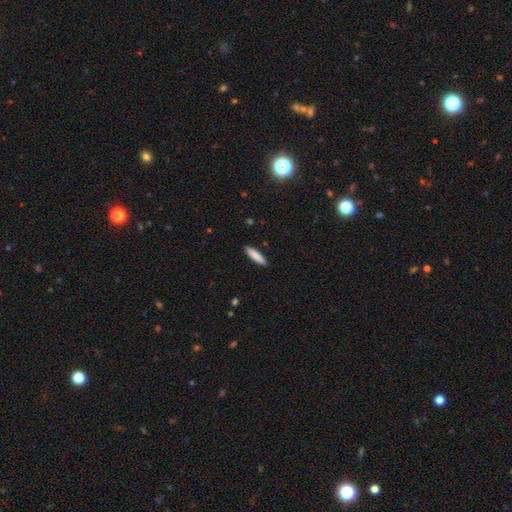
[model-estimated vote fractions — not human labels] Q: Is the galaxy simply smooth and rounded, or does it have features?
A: smooth — 85%.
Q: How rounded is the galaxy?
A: cigar-shaped — 80%.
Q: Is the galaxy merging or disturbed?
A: none — 90%.